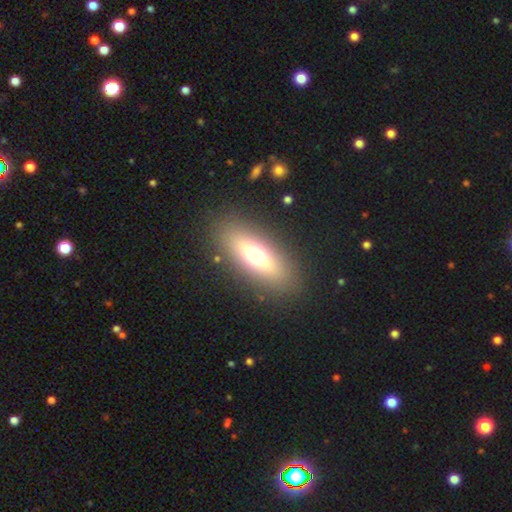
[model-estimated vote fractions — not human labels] Overall: smooth (53%; featured or disk 34%). How rounded: in between (69%). Merging: none (86%).